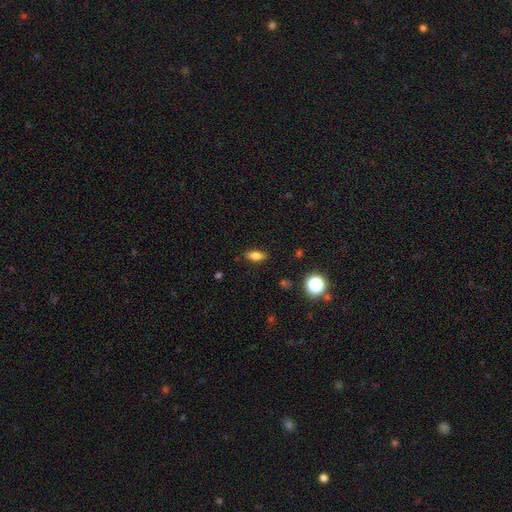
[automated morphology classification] Smooth or featured? smooth (79%)
How rounded? in between (80%)
Merging? none (86%)